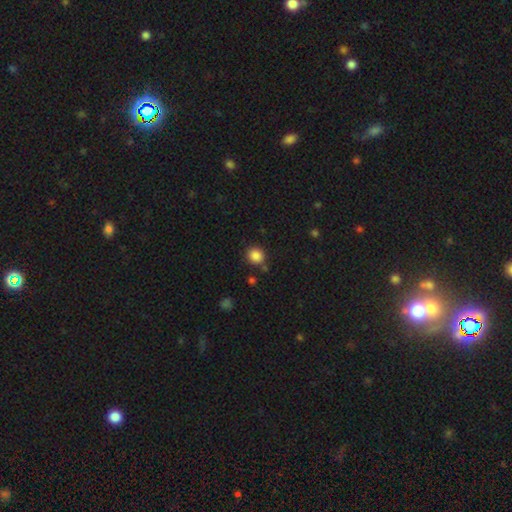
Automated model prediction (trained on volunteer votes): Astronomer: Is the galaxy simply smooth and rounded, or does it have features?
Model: smooth — 86%.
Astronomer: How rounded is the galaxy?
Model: round — 84%.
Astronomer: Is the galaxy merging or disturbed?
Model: none — 83%.